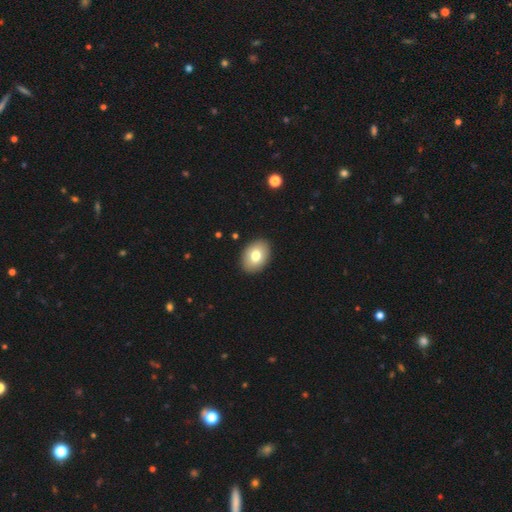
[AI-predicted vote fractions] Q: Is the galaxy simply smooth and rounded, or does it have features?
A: smooth — 77%.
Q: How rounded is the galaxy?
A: in between — 80%.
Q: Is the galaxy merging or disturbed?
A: none — 91%.